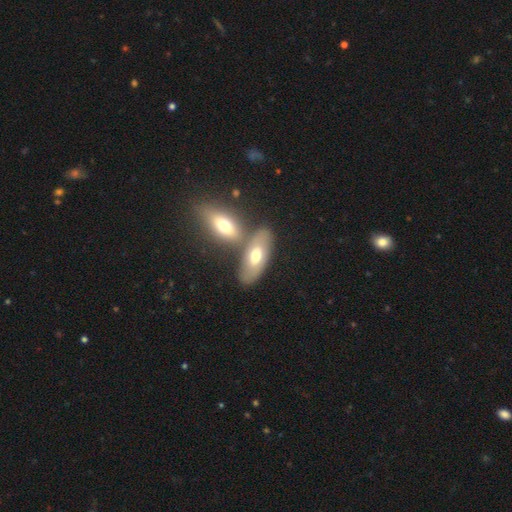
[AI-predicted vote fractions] A smooth galaxy with no disk features (58%) that is in between round and cigar-shaped (84%). Merging: none (51%).